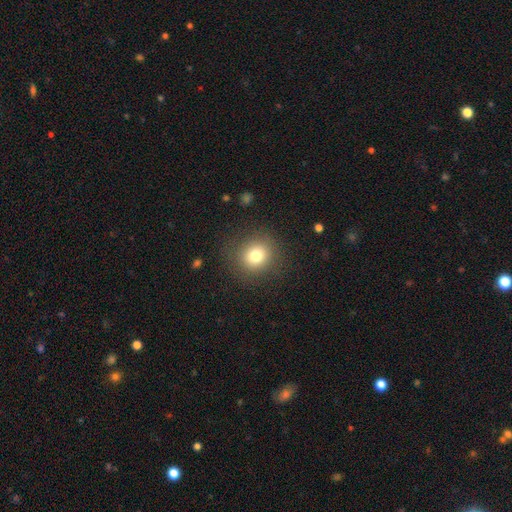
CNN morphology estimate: Overall: smooth (77%). How rounded: round (87%). Merging: none (86%).